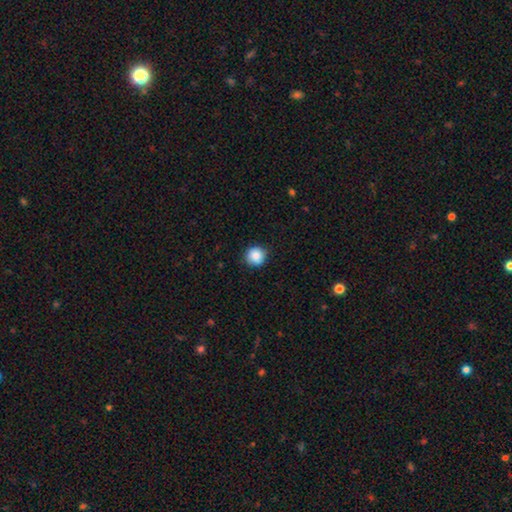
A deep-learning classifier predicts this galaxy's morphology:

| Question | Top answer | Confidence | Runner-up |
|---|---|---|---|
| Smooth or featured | smooth | 88% | star or artifact (9%) |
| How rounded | round | 93% | in between (6%) |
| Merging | none | 88% | minor disturbance (9%) |